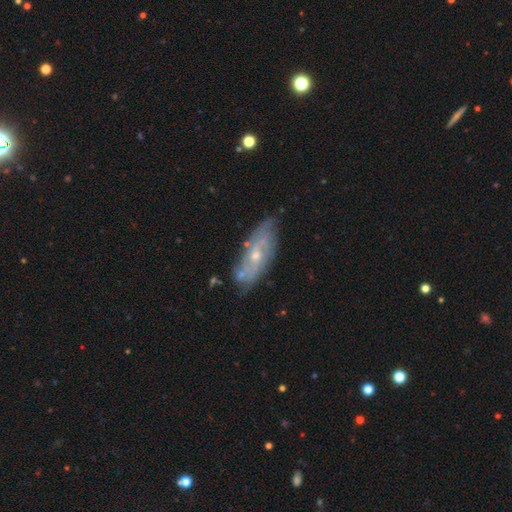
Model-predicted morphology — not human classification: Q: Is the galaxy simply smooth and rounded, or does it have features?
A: featured or disk — 69%.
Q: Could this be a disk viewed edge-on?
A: no — 81%.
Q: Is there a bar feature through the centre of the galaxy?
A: no — 71%.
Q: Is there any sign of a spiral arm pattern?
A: yes — 70%.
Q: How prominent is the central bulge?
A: small — 57%.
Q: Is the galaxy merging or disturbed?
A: none — 71%.